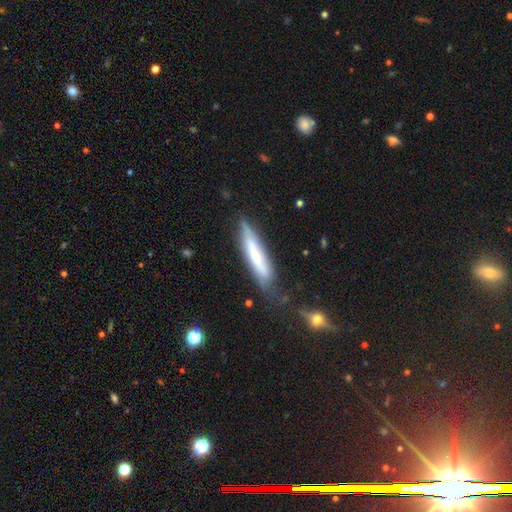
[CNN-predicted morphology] This appears to be a featured or disk galaxy (48%). Merging: none (66%).